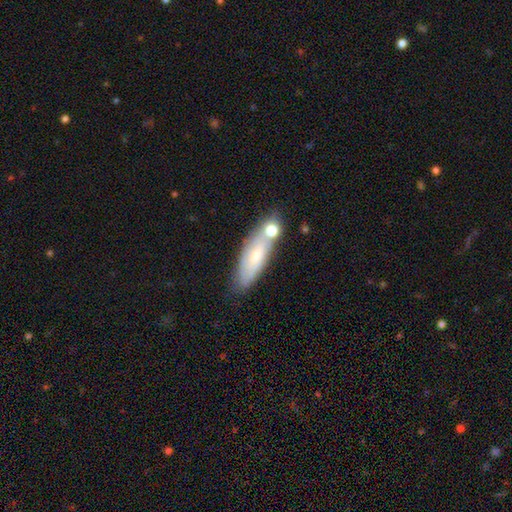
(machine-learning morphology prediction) Smooth or featured? smooth (55%)
How rounded? in between (53%)
Merging? none (59%)